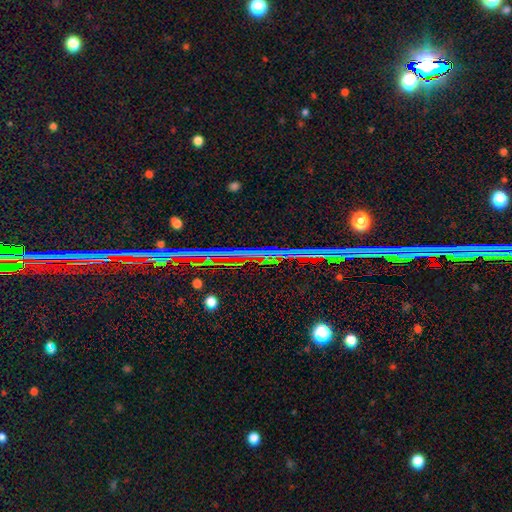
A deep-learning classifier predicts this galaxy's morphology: type=star or artifact (85%).